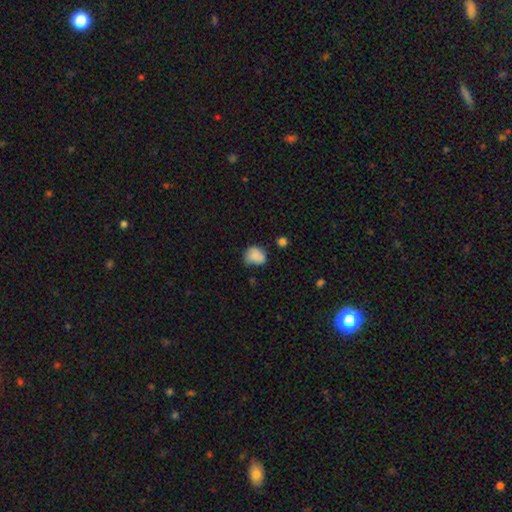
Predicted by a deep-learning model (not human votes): Smooth or featured? Predicted: smooth (p=0.83). How rounded? Predicted: round (p=0.55). Merging? Predicted: none (p=0.54).